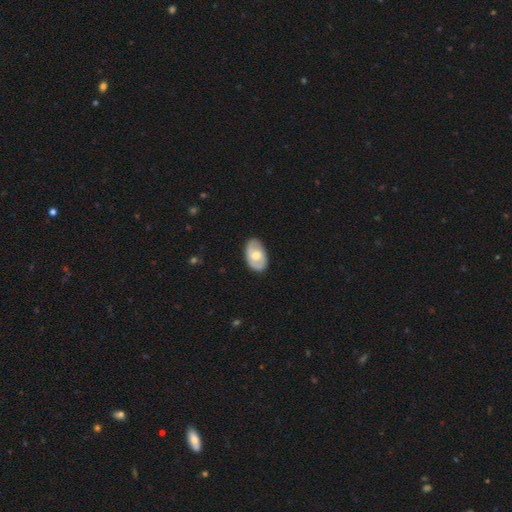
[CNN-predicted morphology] Q: Smooth or featured?
A: featured or disk (48%); runner-up: smooth (46%)
Q: Merging?
A: none (81%); runner-up: minor disturbance (15%)